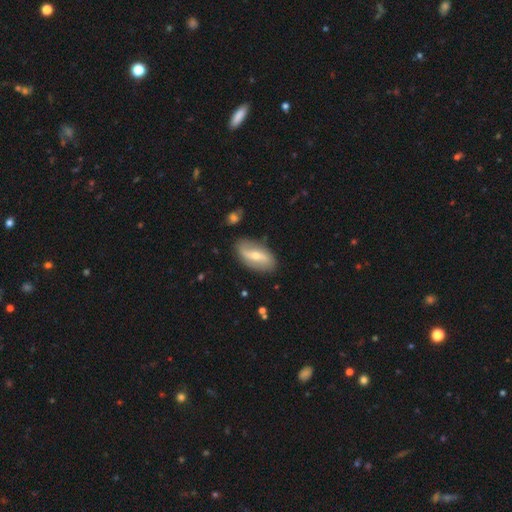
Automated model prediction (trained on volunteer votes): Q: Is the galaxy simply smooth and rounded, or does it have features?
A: featured or disk — 63%.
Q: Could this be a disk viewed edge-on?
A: no — 90%.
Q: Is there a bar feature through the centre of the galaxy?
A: strong — 37%.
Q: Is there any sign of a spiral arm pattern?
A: yes — 79%.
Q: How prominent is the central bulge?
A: small — 51%.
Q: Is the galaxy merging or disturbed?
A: none — 81%.